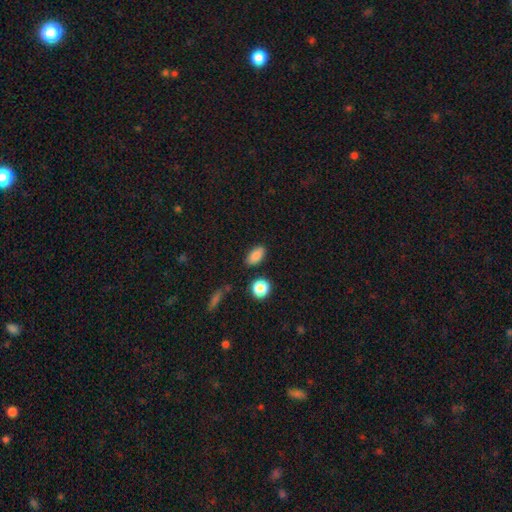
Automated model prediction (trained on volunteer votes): Smooth or featured? smooth (85%)
How rounded? in between (86%)
Merging? none (84%)